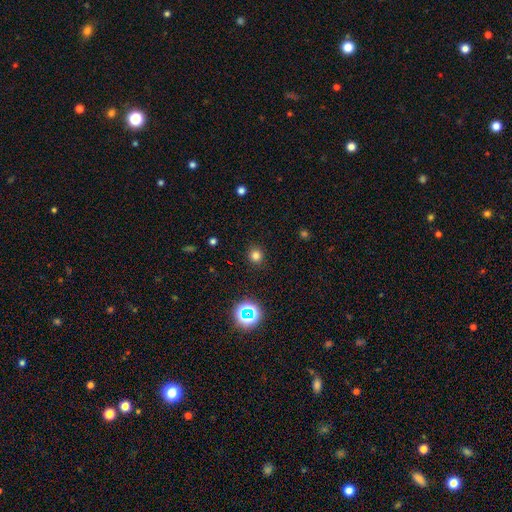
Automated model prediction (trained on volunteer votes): Overall: smooth (76%). How rounded: round (92%). Merging: none (90%).